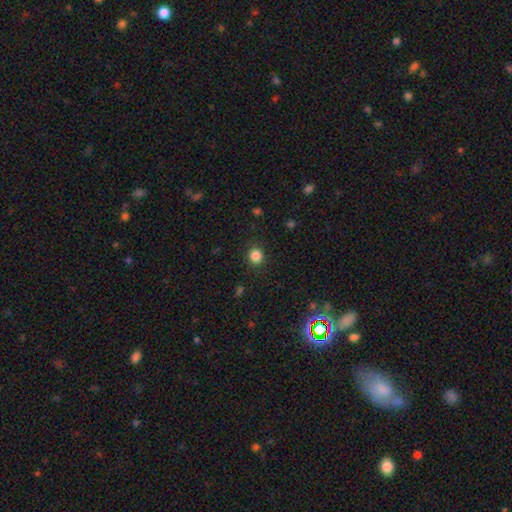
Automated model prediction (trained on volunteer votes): Smooth or featured? Predicted: smooth (p=0.85). How rounded? Predicted: round (p=0.87). Merging? Predicted: none (p=0.89).